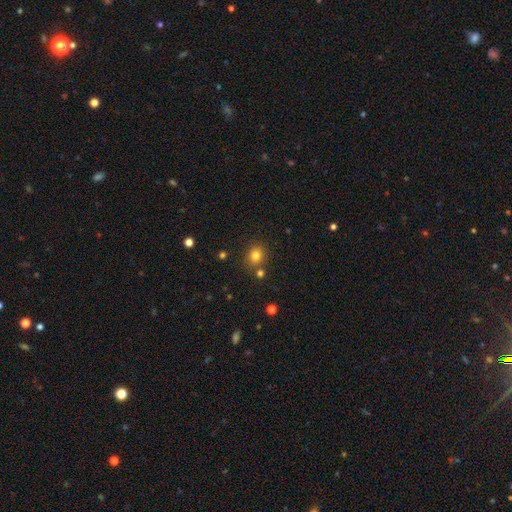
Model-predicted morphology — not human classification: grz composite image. It shows a smooth galaxy with no disk features (79%) that is round (77%). Merging: none (78%).